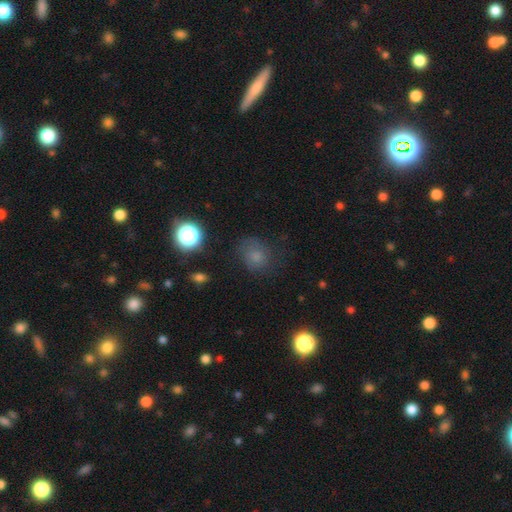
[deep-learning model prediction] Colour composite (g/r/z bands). It shows a smooth galaxy with no disk features (65%) that is round (74%). Merging: none (66%).